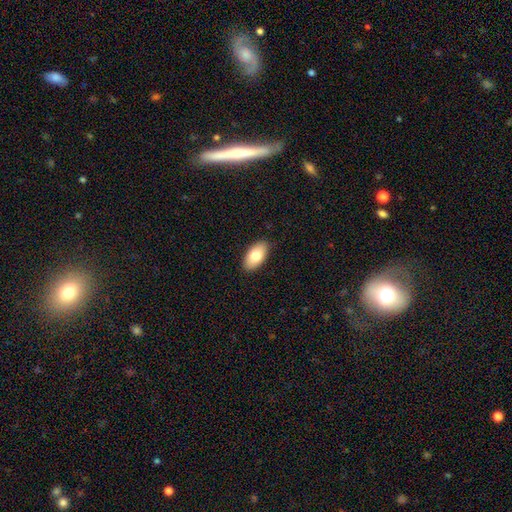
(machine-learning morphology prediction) Overall: smooth (79%). How rounded: in between (95%). Merging: none (88%).